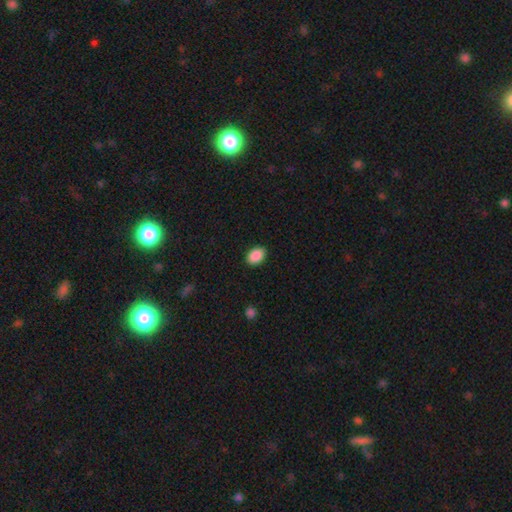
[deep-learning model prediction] A smooth galaxy with no disk features (90%) that is in between round and cigar-shaped (84%).

Vote fractions:
- Smooth or featured? smooth: 90% / star or artifact: 7% / featured or disk: 3%
- How rounded? in between: 84% / round: 15% / cigar-shaped: 1%
- Merging? none: 89% / minor disturbance: 8% / major disturbance: 2% / merger: 1%